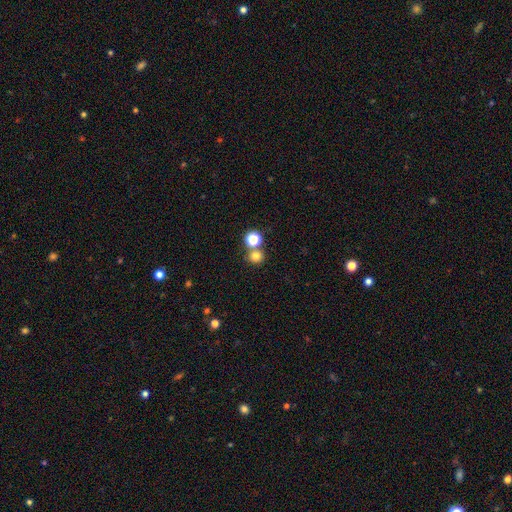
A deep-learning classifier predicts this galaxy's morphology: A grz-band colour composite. It shows a smooth galaxy with no disk features (77%) that is round (89%). Merging: none (66%).